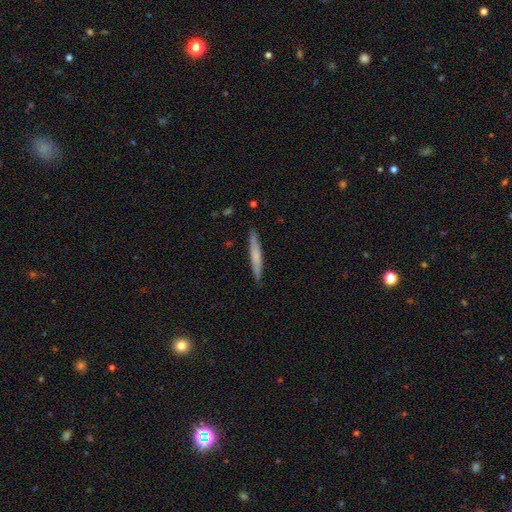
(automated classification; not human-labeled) smooth_or_featured: smooth (p=0.61) [alt: featured or disk p=0.34]
how_rounded: cigar-shaped (p=0.95) [alt: in between p=0.04]
merging: none (p=0.89) [alt: minor disturbance p=0.08]